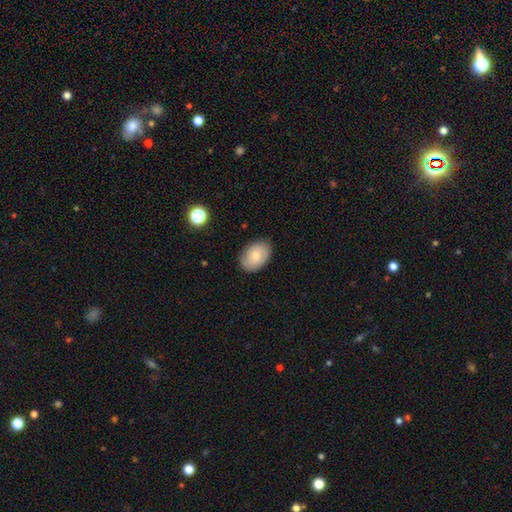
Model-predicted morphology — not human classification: smooth-or-featured: smooth: 76% | featured or disk: 17% | star or artifact: 7%
  how-rounded: in between: 85% | round: 14% | cigar-shaped: 1%
  merging: none: 86% | minor disturbance: 11% | major disturbance: 2% | merger: 1%